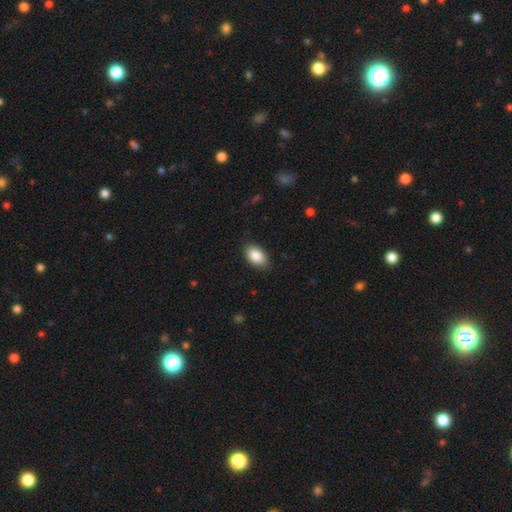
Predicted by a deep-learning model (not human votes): A smooth galaxy with no disk features (86%) that is in between round and cigar-shaped (93%). Merging: none (86%).